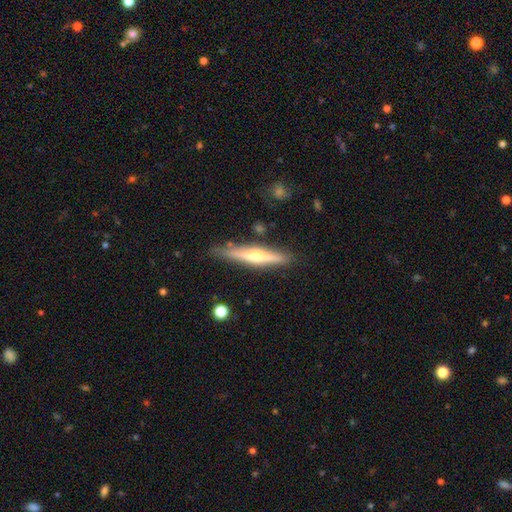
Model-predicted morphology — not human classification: smooth_or_featured: featured or disk (p=0.61) [alt: smooth p=0.33]
disk_edge_on: yes (p=0.96) [alt: no p=0.04]
edge_on_bulge: rounded (p=0.82) [alt: none p=0.12]
merging: none (p=0.82) [alt: minor disturbance p=0.13]